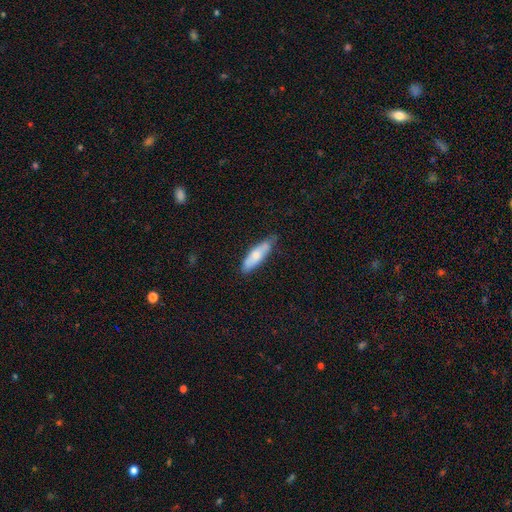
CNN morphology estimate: Smooth or featured? Predicted: smooth (p=0.66). How rounded? Predicted: cigar-shaped (p=0.54). Merging? Predicted: none (p=0.68).